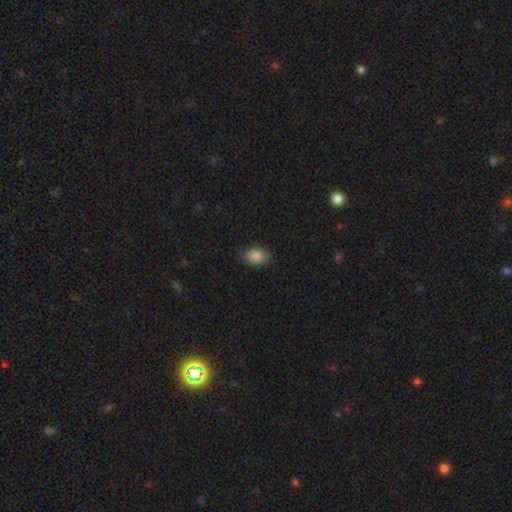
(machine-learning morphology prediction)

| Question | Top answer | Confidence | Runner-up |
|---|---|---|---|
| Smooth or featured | smooth | 87% | star or artifact (9%) |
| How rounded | in between | 80% | round (19%) |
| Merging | none | 85% | minor disturbance (11%) |